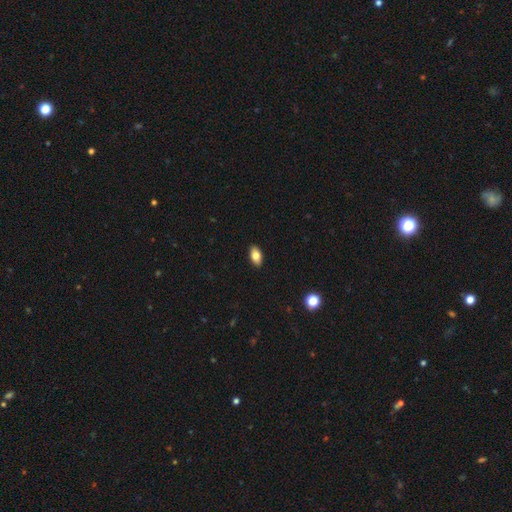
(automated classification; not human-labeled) A smooth galaxy with no disk features (81%) that is in between round and cigar-shaped (92%).

Vote fractions:
- Smooth or featured? smooth: 81% / featured or disk: 11% / star or artifact: 8%
- How rounded? in between: 92% / round: 5% / cigar-shaped: 3%
- Merging? none: 90% / minor disturbance: 7% / major disturbance: 2% / merger: 1%